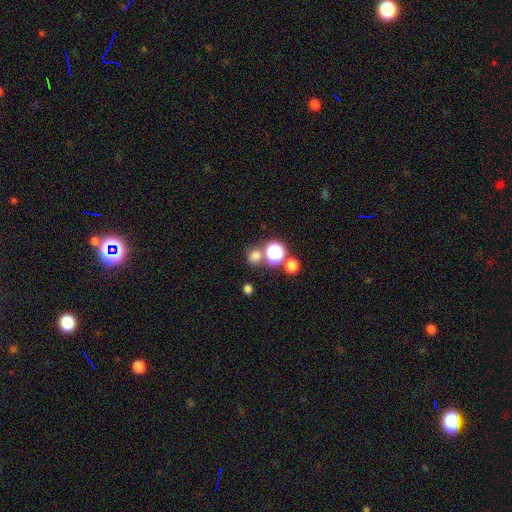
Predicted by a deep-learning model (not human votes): Morphology: type=smooth (71%); roundness=round (85%); merging=none (68%).